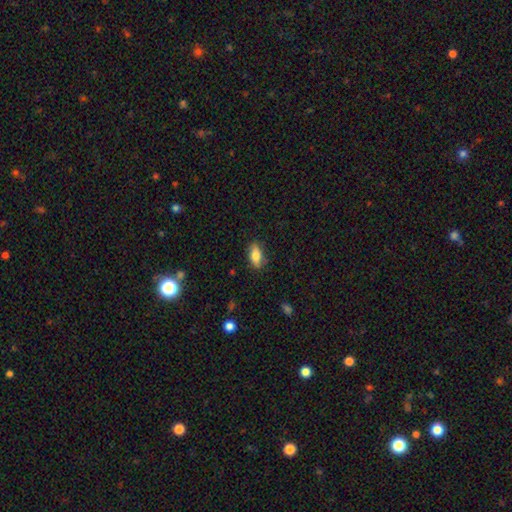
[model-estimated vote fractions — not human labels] Overall: smooth (76%). How rounded: in between (81%). Merging: none (82%).